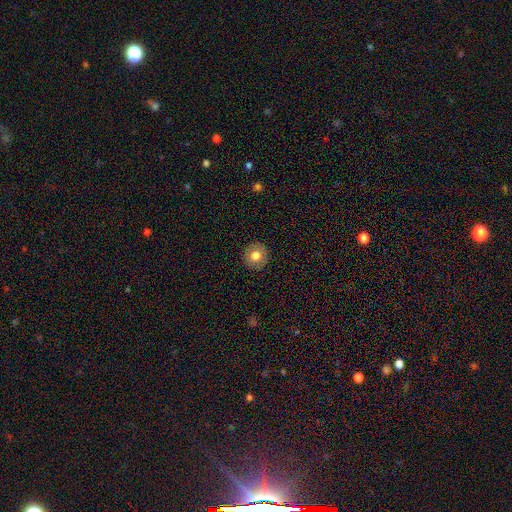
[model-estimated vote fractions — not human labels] Smooth or featured?
  - smooth: 78% *
  - featured or disk: 13%
  - star or artifact: 9%
How rounded?
  - round: 93% *
  - in between: 6%
  - cigar-shaped: 1%
Merging?
  - none: 92% *
  - minor disturbance: 6%
  - major disturbance: 2%
  - merger: 1%